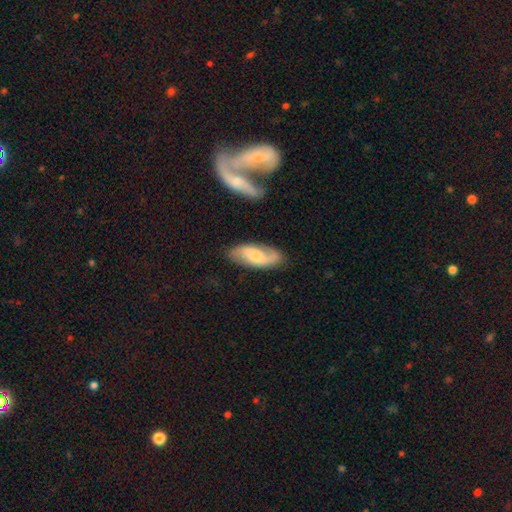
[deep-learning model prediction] Smooth or featured?
  - featured or disk: 63% *
  - smooth: 31%
  - star or artifact: 6%
Edge-on disk?
  - no: 92% *
  - yes: 8%
Bar?
  - weak: 45% *
  - no: 42%
  - strong: 12%
Spiral arms?
  - yes: 92% *
  - no: 8%
Spiral winding?
  - loose: 49% *
  - medium: 38%
  - tight: 14%
Spiral arm count?
  - 2: 85% *
  - can't tell: 7%
  - 1: 5%
  - 3: 1%
  - 4: 1%
  - more than 4: 1%
Bulge size?
  - moderate: 48% *
  - small: 34%
  - large: 9%
  - none: 8%
  - dominant: 2%
Merging?
  - none: 76% *
  - minor disturbance: 16%
  - major disturbance: 5%
  - merger: 3%